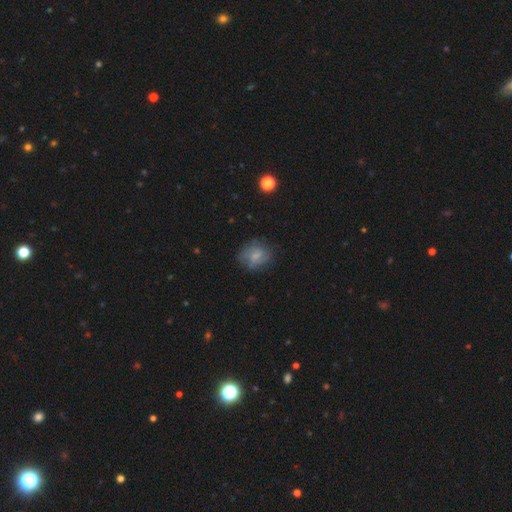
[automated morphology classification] type=smooth (61%); roundness=round (55%); merging=none (63%).